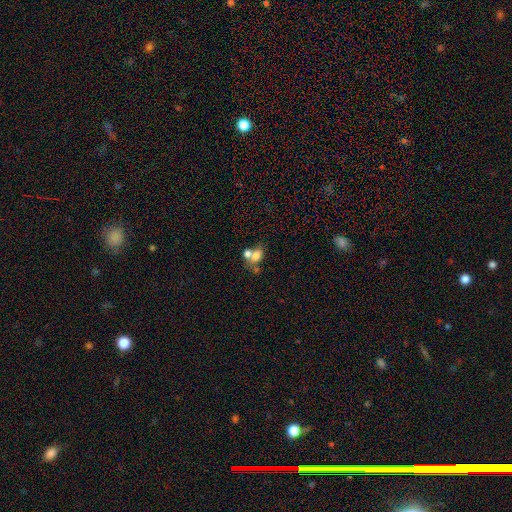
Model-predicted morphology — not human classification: A smooth galaxy with no disk features (69%) that is in between round and cigar-shaped (67%). Merging: merger (55%).